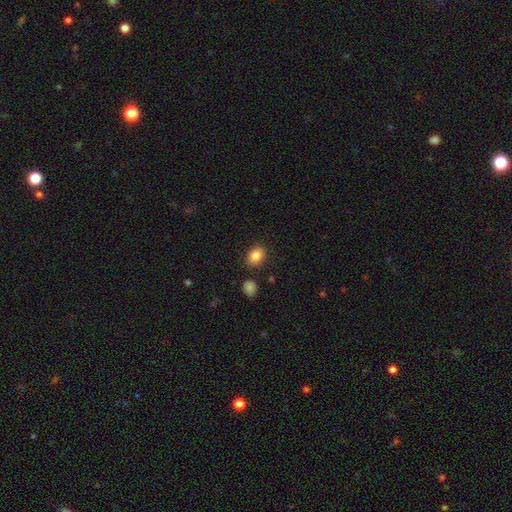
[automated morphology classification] Smooth or featured?
  - smooth: 86% *
  - star or artifact: 9%
  - featured or disk: 5%
How rounded?
  - in between: 68% *
  - round: 31%
  - cigar-shaped: 1%
Merging?
  - none: 84% *
  - minor disturbance: 10%
  - merger: 3%
  - major disturbance: 3%